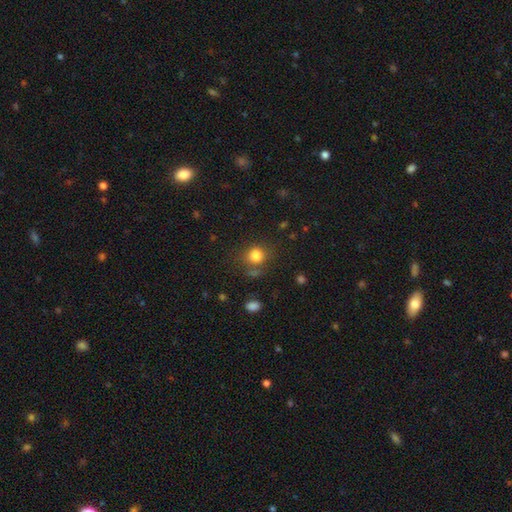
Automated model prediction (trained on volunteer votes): Morphology: type=smooth (82%); roundness=round (77%); merging=none (69%).